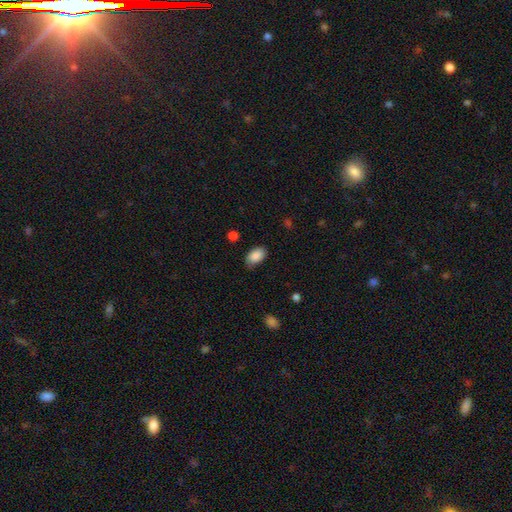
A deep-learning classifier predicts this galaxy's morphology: This appears to be a smooth galaxy with no disk features (88%) that is in between round and cigar-shaped (92%). Merging: none (76%).